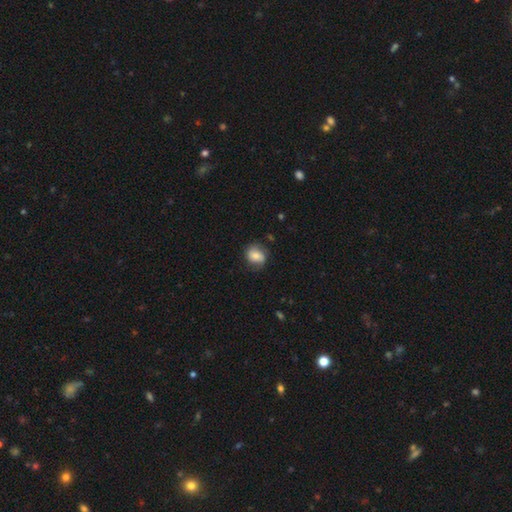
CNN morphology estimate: Smooth or featured? smooth (67%)
How rounded? round (60%)
Merging? none (69%)